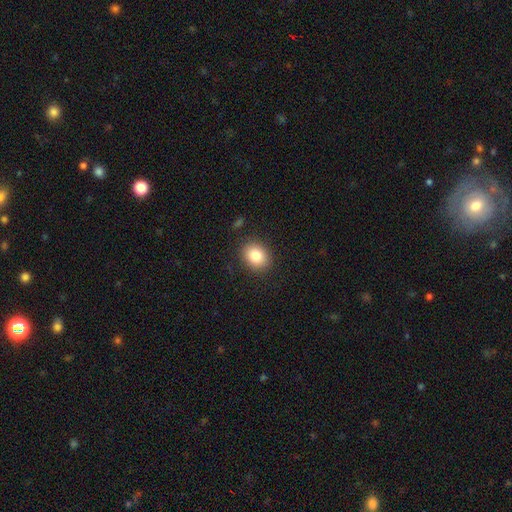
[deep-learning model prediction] smooth 84%, star or artifact 9%, featured or disk 7%. Down the decision tree: how rounded — round (53%); merging — none (87%).